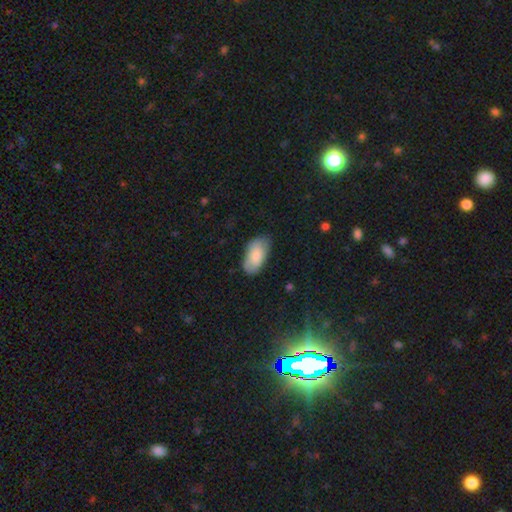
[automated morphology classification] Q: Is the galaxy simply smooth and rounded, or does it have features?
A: smooth — 82%.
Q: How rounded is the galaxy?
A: in between — 95%.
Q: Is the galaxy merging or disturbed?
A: none — 72%.